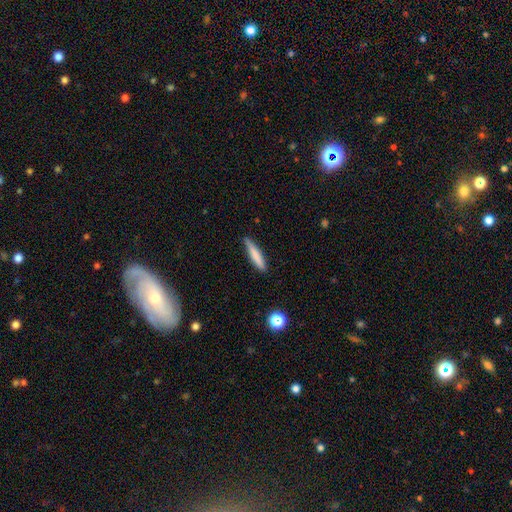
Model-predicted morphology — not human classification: Smooth or featured?
  - smooth: 77% *
  - featured or disk: 16%
  - star or artifact: 7%
How rounded?
  - cigar-shaped: 88% *
  - in between: 10%
  - round: 1%
Merging?
  - none: 81% *
  - minor disturbance: 15%
  - major disturbance: 3%
  - merger: 2%